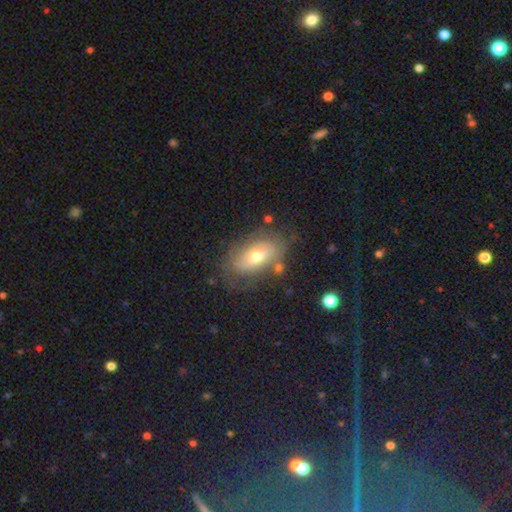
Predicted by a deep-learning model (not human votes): smooth_or_featured: smooth (p=0.48) [alt: featured or disk p=0.43]
merging: none (p=0.67) [alt: minor disturbance p=0.20]